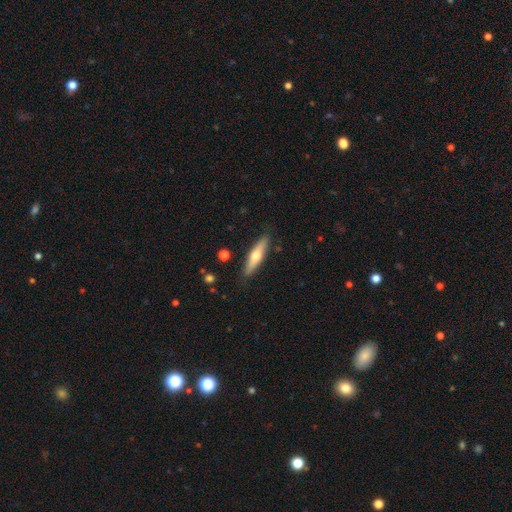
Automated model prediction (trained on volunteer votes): smooth 52%, featured or disk 43%, star or artifact 5%. Down the decision tree: how rounded — cigar-shaped (75%); merging — none (87%).